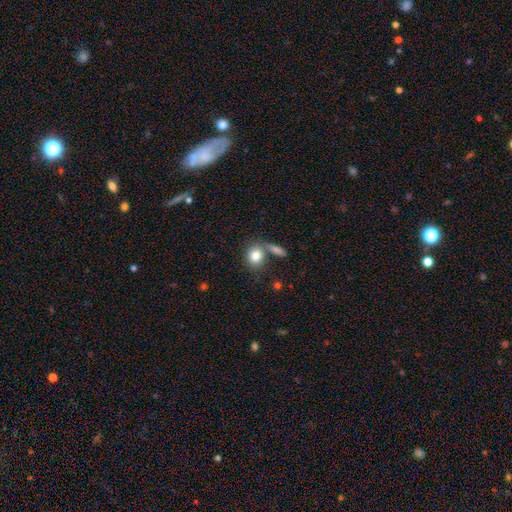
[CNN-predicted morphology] Q: Smooth or featured?
A: smooth (81%); runner-up: featured or disk (10%)
Q: How rounded?
A: round (60%); runner-up: in between (39%)
Q: Merging?
A: none (59%); runner-up: merger (23%)